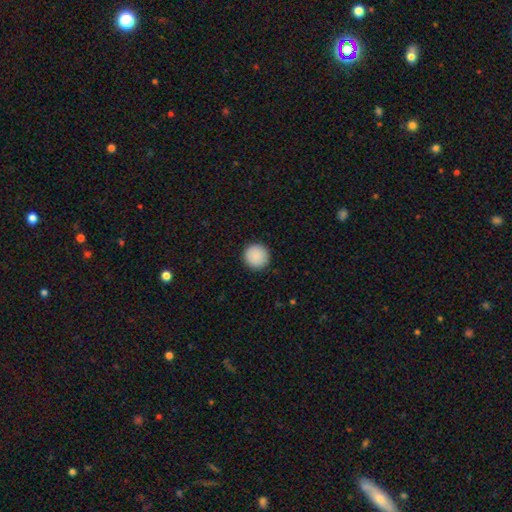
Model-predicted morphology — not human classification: Smooth or featured: smooth — 90% (star or artifact — 7%)
How rounded: round — 96% (in between — 3%)
Merging: none — 93% (minor disturbance — 5%)